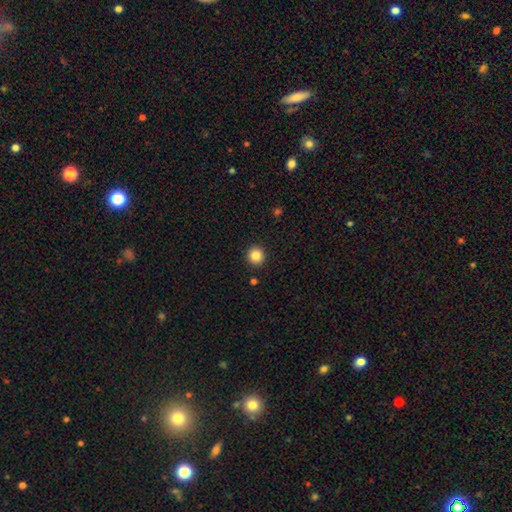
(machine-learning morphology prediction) Smooth or featured? Predicted: smooth (p=0.85). How rounded? Predicted: round (p=0.93). Merging? Predicted: none (p=0.92).